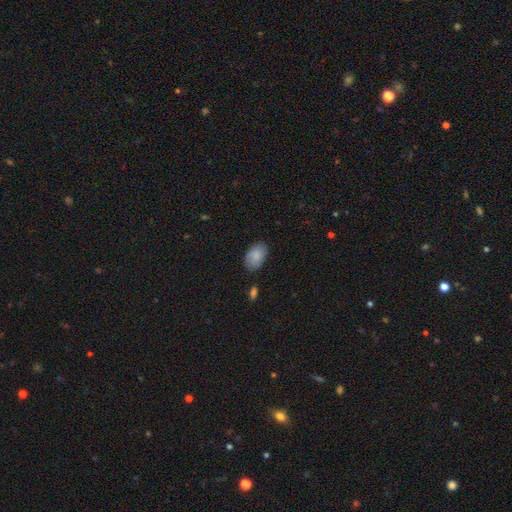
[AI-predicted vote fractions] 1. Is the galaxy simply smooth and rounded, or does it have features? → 85% smooth, 9% featured or disk, 6% star or artifact.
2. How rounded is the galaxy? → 92% in between, 6% round, 1% cigar-shaped.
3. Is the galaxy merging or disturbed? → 83% none, 13% minor disturbance, 3% major disturbance, 2% merger.